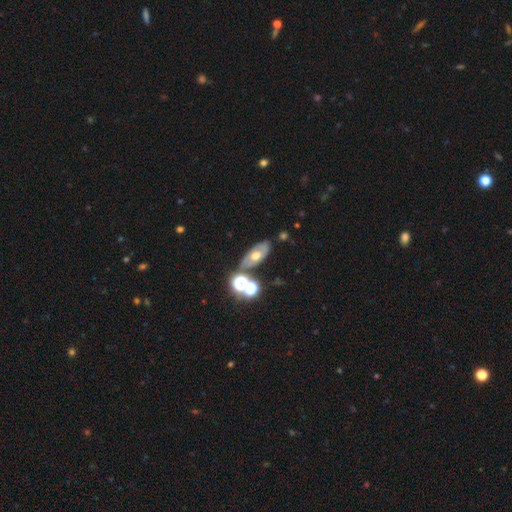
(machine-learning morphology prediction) This is marginally a featured or disk galaxy (45%). Merging: likely none (67%).